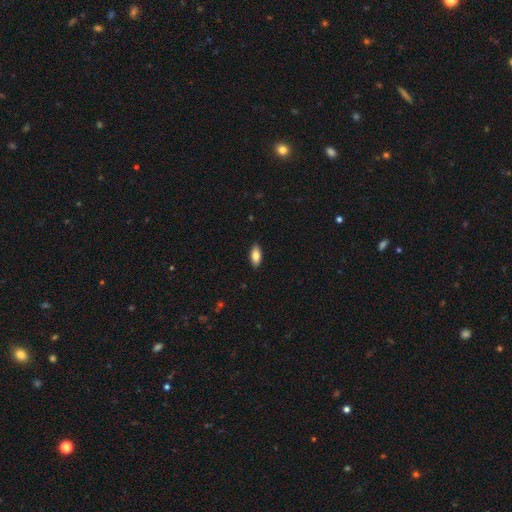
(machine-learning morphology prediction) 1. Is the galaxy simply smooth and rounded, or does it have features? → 82% smooth, 12% featured or disk, 7% star or artifact.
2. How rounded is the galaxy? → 88% in between, 9% cigar-shaped, 2% round.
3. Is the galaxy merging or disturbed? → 90% none, 8% minor disturbance, 2% major disturbance, 1% merger.